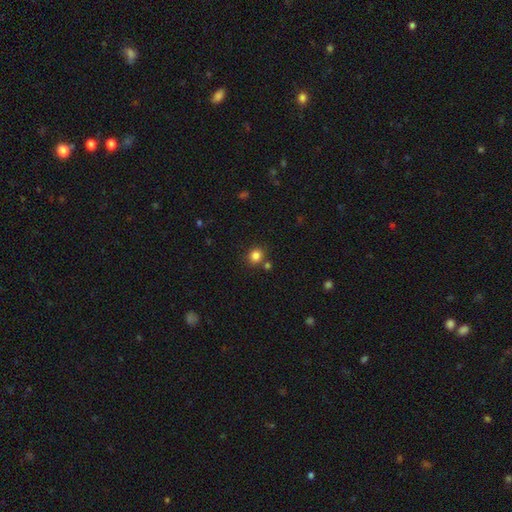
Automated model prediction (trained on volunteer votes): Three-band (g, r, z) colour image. It shows a smooth galaxy with no disk features (84%) that is round (81%). Merging: none (78%).